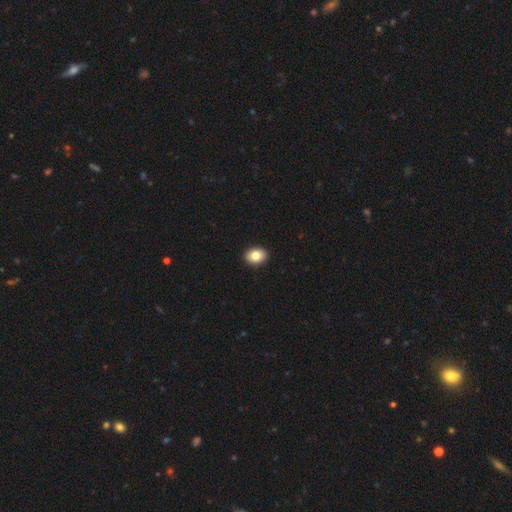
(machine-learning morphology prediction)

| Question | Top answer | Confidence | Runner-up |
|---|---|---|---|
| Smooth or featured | smooth | 83% | star or artifact (9%) |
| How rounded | in between | 66% | round (33%) |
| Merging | none | 92% | minor disturbance (5%) |